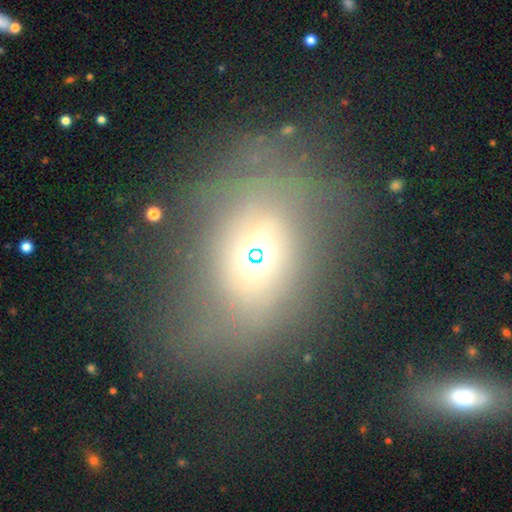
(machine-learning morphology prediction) Overall: smooth (49%; star or artifact 25%). Merging: none (68%).